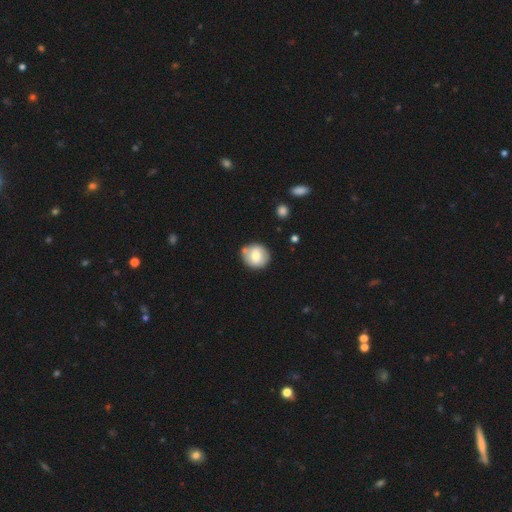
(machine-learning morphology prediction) This appears to be a smooth galaxy with no disk features (69%) that is round (85%). Merging: none (72%).